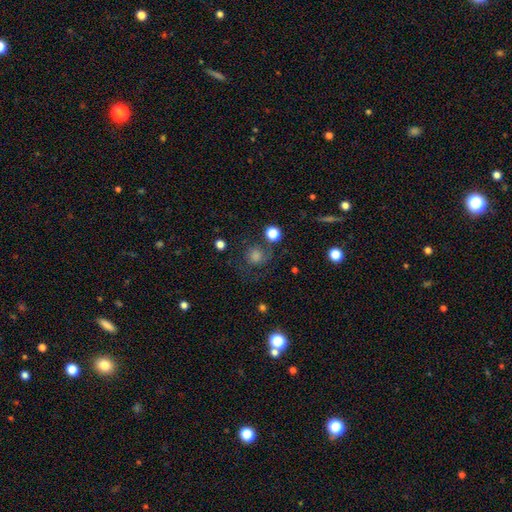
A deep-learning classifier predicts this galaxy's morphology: Smooth or featured? smooth (52%)
How rounded? round (88%)
Merging? none (68%)